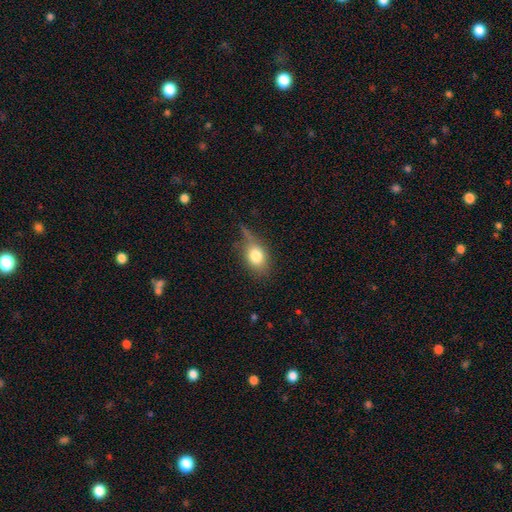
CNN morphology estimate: Overall: smooth (76%). How rounded: in between (72%). Merging: none (52%; minor disturbance 30%).